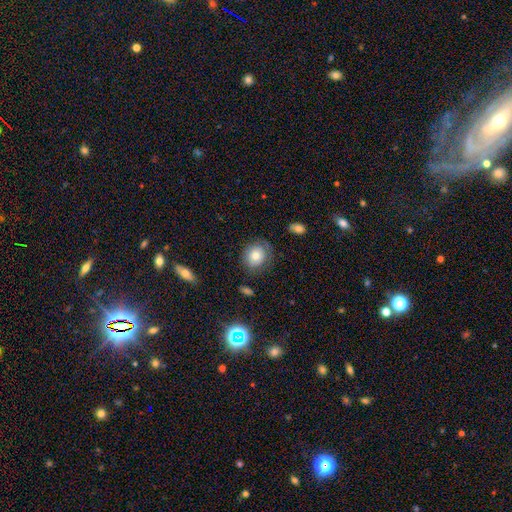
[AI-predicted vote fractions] Smooth or featured: smooth — 72% (featured or disk — 17%)
How rounded: round — 75% (in between — 25%)
Merging: none — 73% (minor disturbance — 18%)